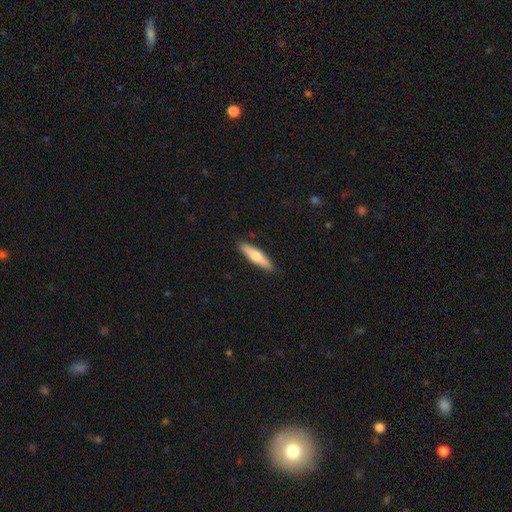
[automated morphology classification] Smooth or featured: smooth — 64% (featured or disk — 31%)
How rounded: cigar-shaped — 74% (in between — 24%)
Merging: none — 88% (minor disturbance — 9%)